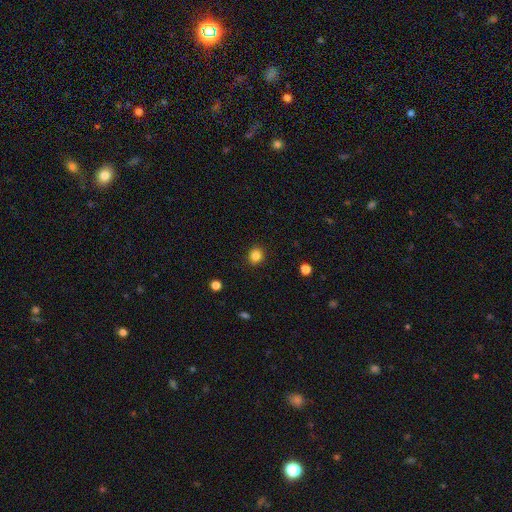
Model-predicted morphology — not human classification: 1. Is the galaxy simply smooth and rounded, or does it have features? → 85% smooth, 12% star or artifact, 4% featured or disk.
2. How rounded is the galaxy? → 80% round, 19% in between, 1% cigar-shaped.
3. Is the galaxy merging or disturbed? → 90% none, 7% minor disturbance, 2% major disturbance, 1% merger.